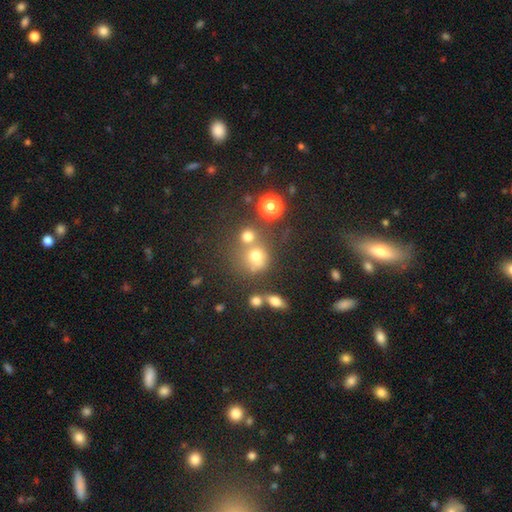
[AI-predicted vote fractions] smooth 66%, star or artifact 21%, featured or disk 14%. Down the decision tree: how rounded — round (79%); merging — none (48%).